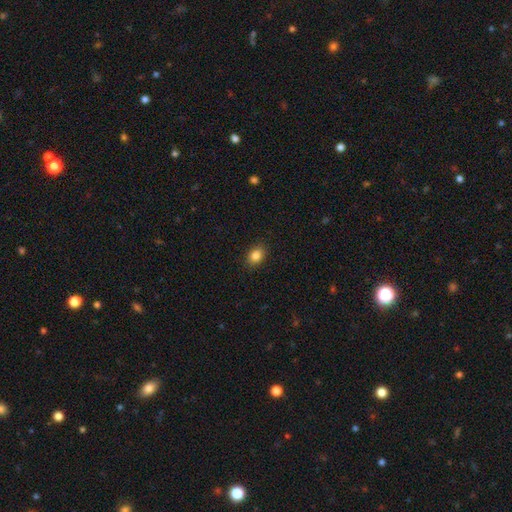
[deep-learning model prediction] smooth 86%, star or artifact 10%, featured or disk 5%. Down the decision tree: how rounded — in between (65%); merging — none (89%).